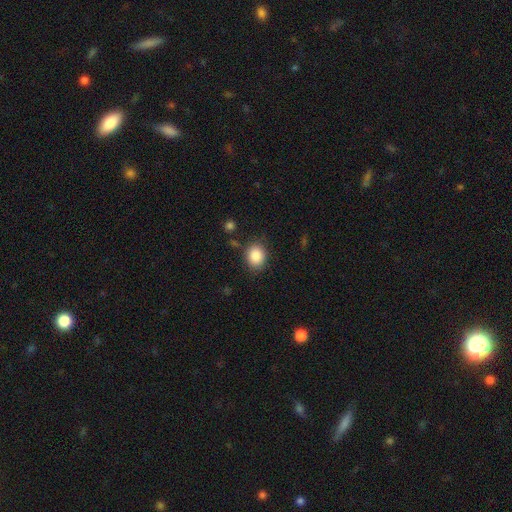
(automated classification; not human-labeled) The model was most divided on "how rounded": round: 56%, in between: 43%, cigar-shaped: 1%. More confident: smooth or featured — smooth (87%); merging — none (82%).